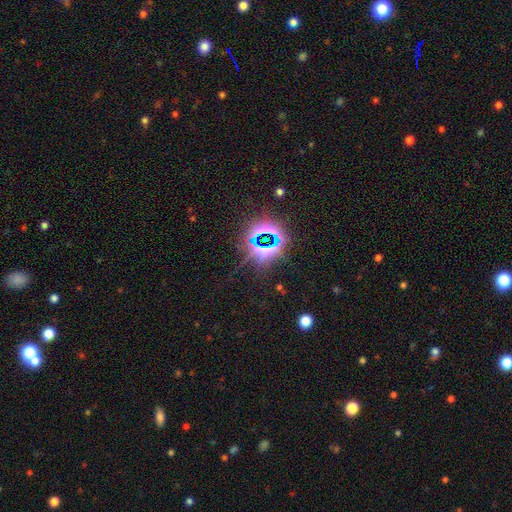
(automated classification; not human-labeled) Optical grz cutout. It shows a star or artifact, not a galaxy (78%).